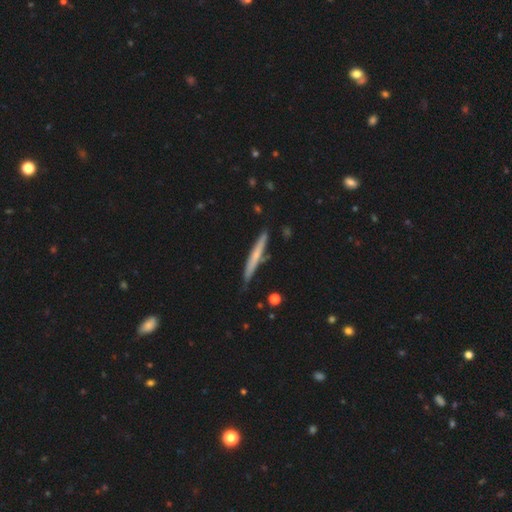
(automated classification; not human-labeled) Smooth or featured?
  - smooth: 48% *
  - featured or disk: 46%
  - star or artifact: 6%
Merging?
  - none: 84% *
  - minor disturbance: 12%
  - merger: 2%
  - major disturbance: 2%